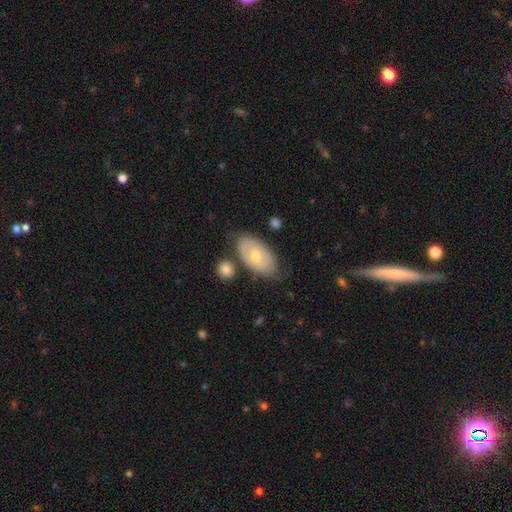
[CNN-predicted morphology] This is possibly a smooth galaxy (54%). How rounded: clearly in between (93%). Merging: likely none (70%).